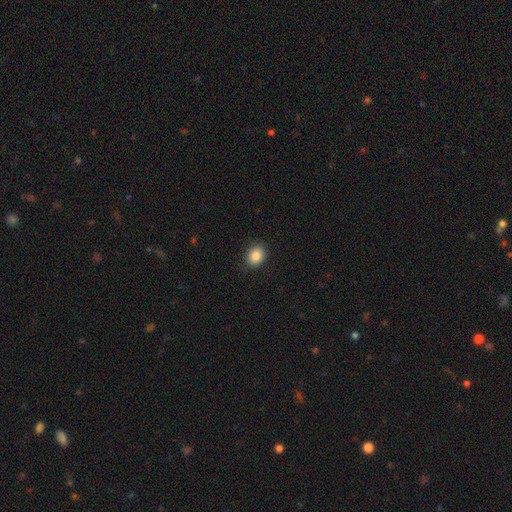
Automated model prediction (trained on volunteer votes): This appears to be a smooth galaxy with no disk features (87%) that is in between round and cigar-shaped (51%). Merging: none (86%).